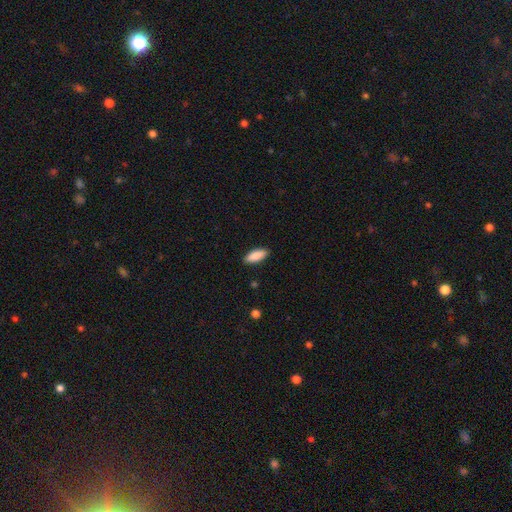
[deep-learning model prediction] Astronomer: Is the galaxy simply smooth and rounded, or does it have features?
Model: smooth — 88%.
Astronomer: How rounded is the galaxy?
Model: in between — 73%.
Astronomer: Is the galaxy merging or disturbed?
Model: none — 89%.